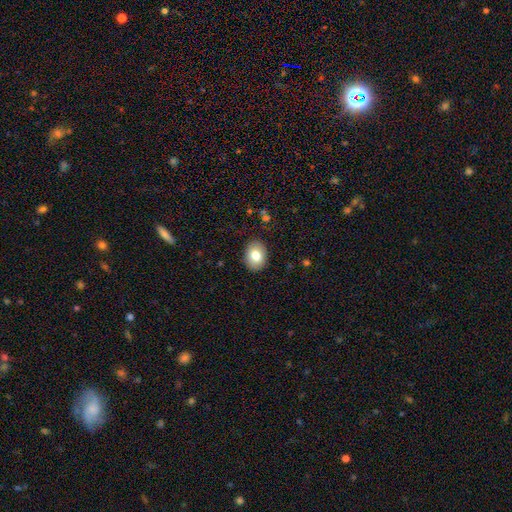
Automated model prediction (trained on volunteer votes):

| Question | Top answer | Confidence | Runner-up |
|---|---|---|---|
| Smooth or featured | smooth | 80% | featured or disk (12%) |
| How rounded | in between | 67% | round (32%) |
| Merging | none | 90% | minor disturbance (8%) |